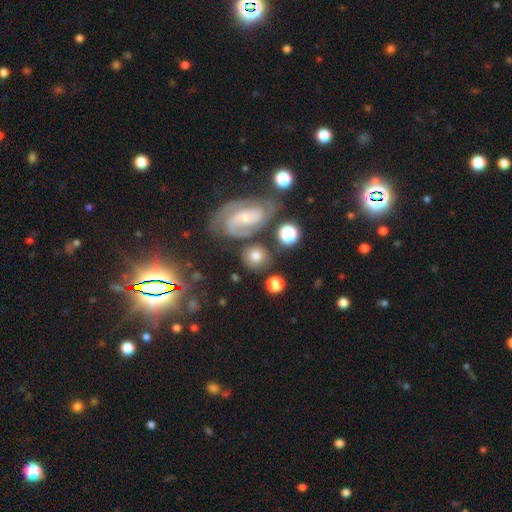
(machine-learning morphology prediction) A smooth galaxy with no disk features (64%) that is round (79%). Merging: none (67%).